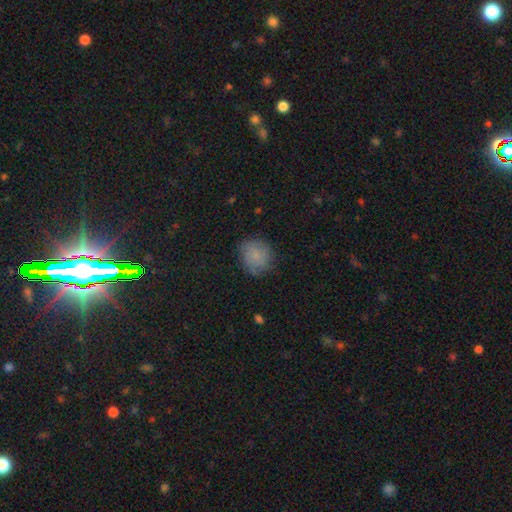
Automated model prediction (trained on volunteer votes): Overall: smooth (71%). How rounded: round (74%). Merging: none (72%).